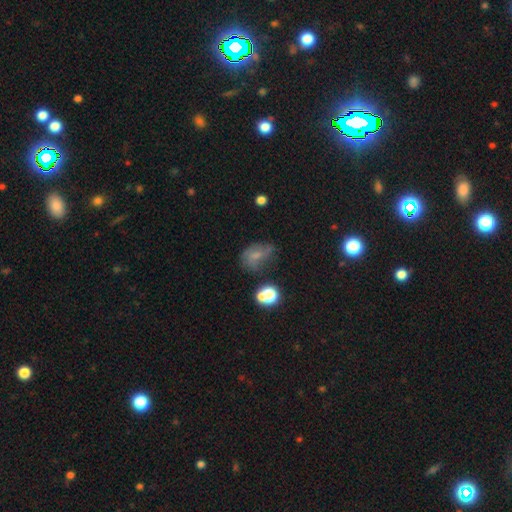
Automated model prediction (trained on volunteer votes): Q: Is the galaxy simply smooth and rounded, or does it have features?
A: smooth — 54%.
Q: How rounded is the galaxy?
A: in between — 68%.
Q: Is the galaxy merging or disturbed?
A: none — 42%.